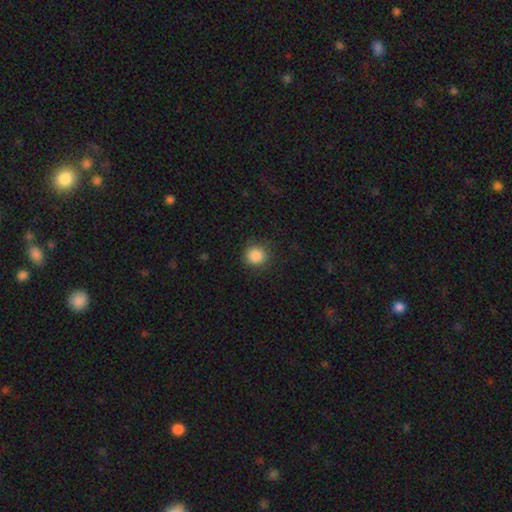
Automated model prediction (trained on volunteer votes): A smooth galaxy with no disk features (87%) that is round (91%).

Vote fractions:
- Smooth or featured? smooth: 87% / star or artifact: 10% / featured or disk: 3%
- How rounded? round: 91% / in between: 8% / cigar-shaped: 1%
- Merging? none: 86% / minor disturbance: 9% / major disturbance: 3% / merger: 1%